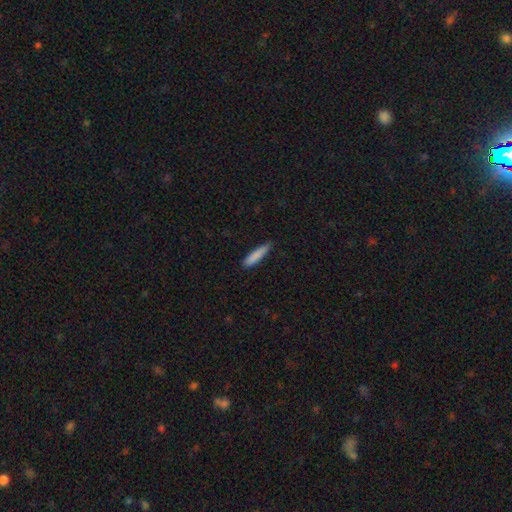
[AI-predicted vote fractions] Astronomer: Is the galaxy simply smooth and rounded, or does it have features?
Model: smooth — 85%.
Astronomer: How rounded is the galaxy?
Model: cigar-shaped — 87%.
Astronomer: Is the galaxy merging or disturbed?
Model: none — 82%.